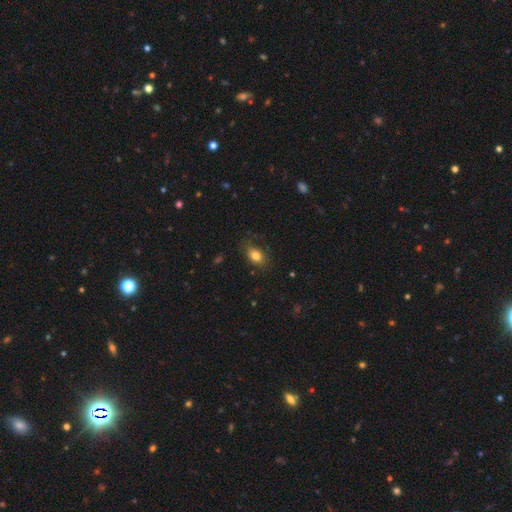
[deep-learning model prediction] A smooth galaxy with no disk features (82%) that is in between round and cigar-shaped (82%). Merging: none (77%).